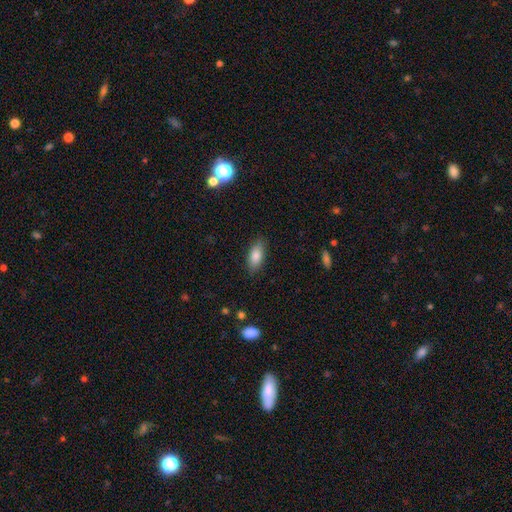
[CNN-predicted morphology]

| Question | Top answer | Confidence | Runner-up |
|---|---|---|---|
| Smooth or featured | smooth | 82% | featured or disk (10%) |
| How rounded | in between | 83% | cigar-shaped (15%) |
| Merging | none | 85% | minor disturbance (11%) |